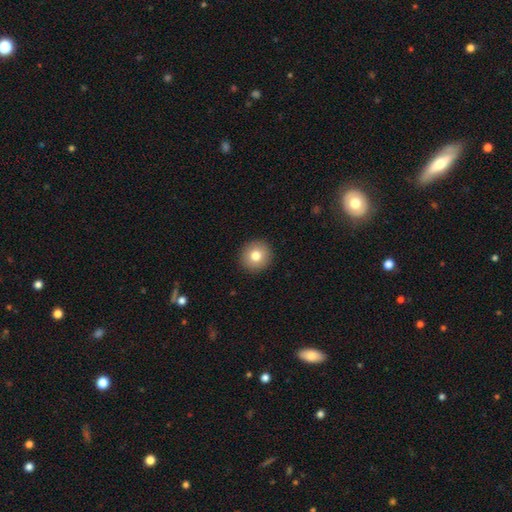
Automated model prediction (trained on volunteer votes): This appears to be a smooth galaxy with no disk features (78%) that is round (94%). Merging: none (93%).